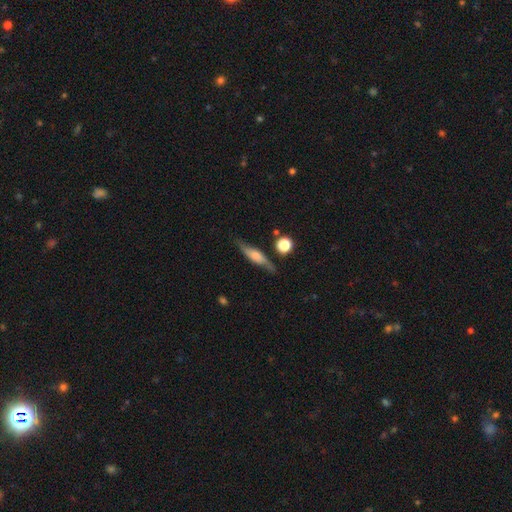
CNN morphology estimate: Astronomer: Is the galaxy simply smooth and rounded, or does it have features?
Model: featured or disk — 50% (runner-up: smooth, 43%).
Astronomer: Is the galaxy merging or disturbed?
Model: none — 73%.